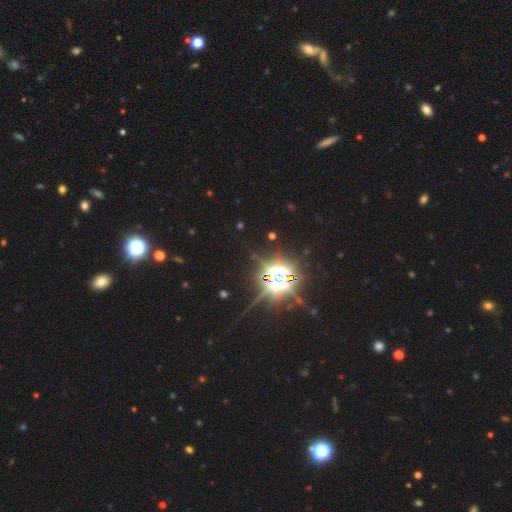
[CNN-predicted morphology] A star or artifact, not a galaxy (84%).